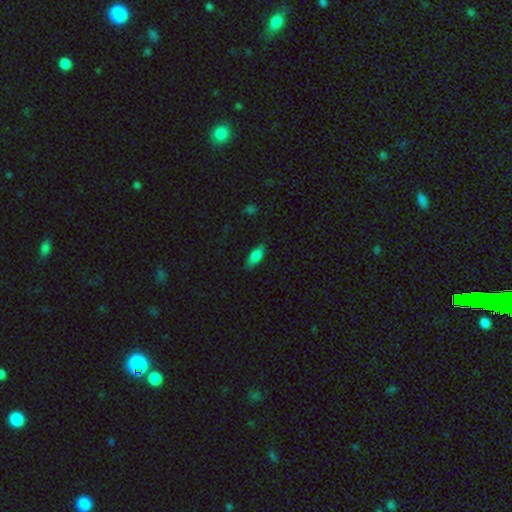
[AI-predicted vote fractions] Smooth or featured? smooth (82%)
How rounded? in between (75%)
Merging? none (83%)